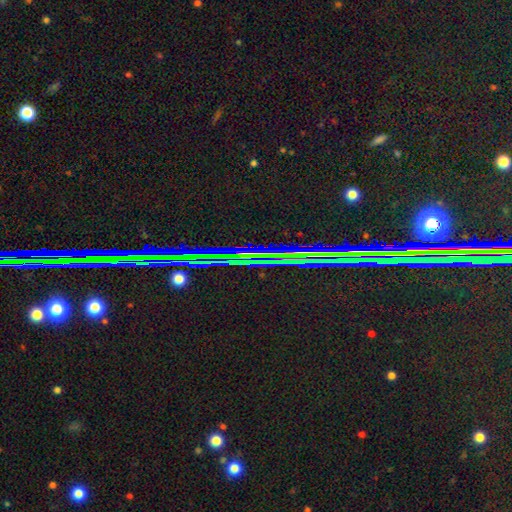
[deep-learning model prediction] The model was most divided on "smooth or featured": star or artifact: 78%, featured or disk: 13%, smooth: 9%.